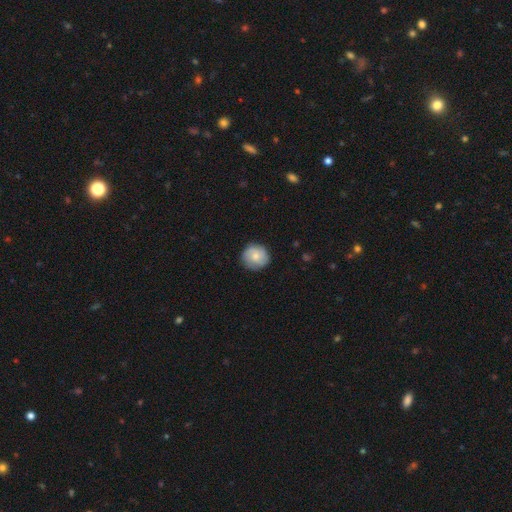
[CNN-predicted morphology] Smooth or featured? Predicted: smooth (p=0.65). How rounded? Predicted: round (p=0.91). Merging? Predicted: none (p=0.83).